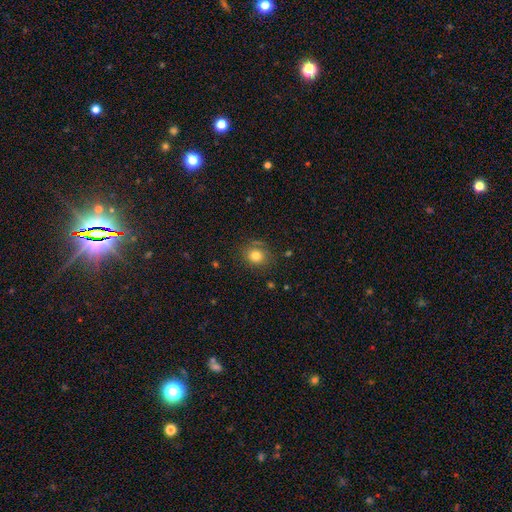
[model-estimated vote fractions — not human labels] smooth_or_featured: smooth (p=0.79) [alt: star or artifact p=0.12]
how_rounded: round (p=0.77) [alt: in between p=0.22]
merging: none (p=0.79) [alt: minor disturbance p=0.15]